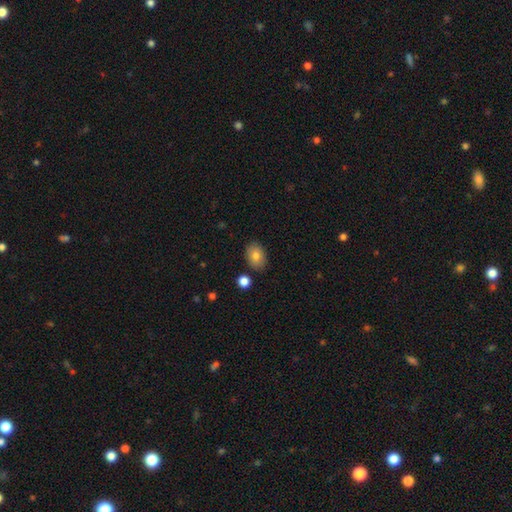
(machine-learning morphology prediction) A smooth galaxy with no disk features (81%) that is in between round and cigar-shaped (78%). Merging: none (84%).